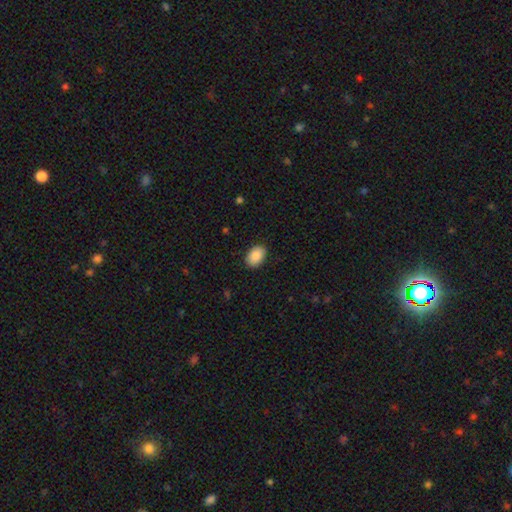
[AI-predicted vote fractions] This appears to be a smooth galaxy with no disk features (89%) that is in between round and cigar-shaped (86%). Merging: none (88%).